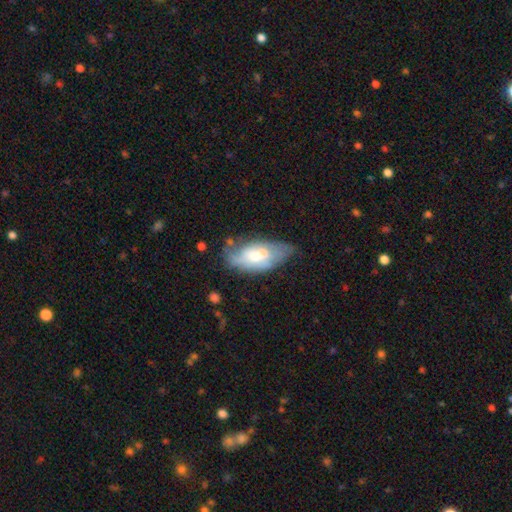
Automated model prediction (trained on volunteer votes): Smooth or featured? Predicted: smooth (p=0.47). Merging? Predicted: none (p=0.35).